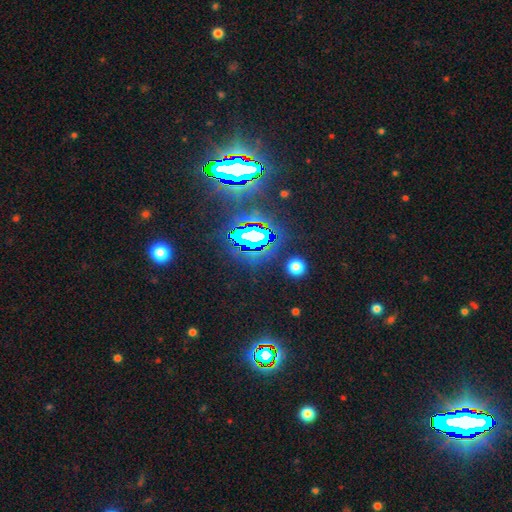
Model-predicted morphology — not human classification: A star or artifact, not a galaxy (84%).